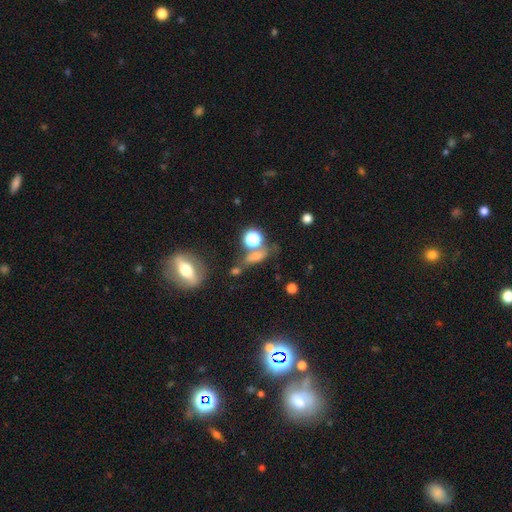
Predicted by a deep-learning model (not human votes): smooth-or-featured: smooth: 49% | star or artifact: 28% | featured or disk: 22%
  merging: none: 58% | merger: 18% | minor disturbance: 15% | major disturbance: 10%